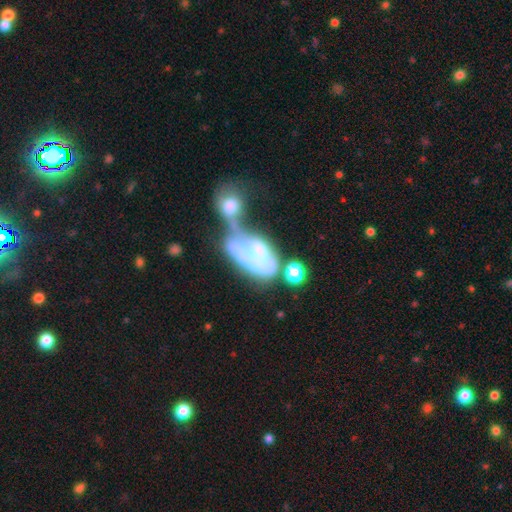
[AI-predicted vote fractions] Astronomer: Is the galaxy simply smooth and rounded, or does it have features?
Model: featured or disk — 59%.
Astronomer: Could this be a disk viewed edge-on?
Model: no — 94%.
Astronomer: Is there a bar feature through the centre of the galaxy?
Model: no — 81%.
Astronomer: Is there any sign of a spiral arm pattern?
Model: no — 76%.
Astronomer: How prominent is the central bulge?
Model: none — 38% (runner-up: moderate, 29%).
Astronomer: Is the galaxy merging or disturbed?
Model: merger — 58%.